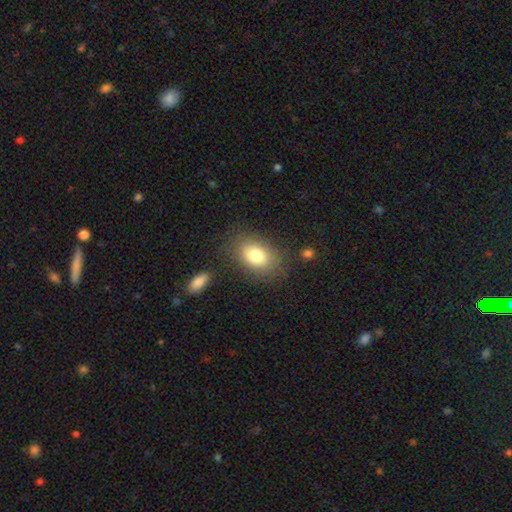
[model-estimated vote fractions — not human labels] The model was most divided on "how rounded": in between: 80%, round: 19%, cigar-shaped: 1%. More confident: smooth or featured — smooth (80%); merging — none (78%).